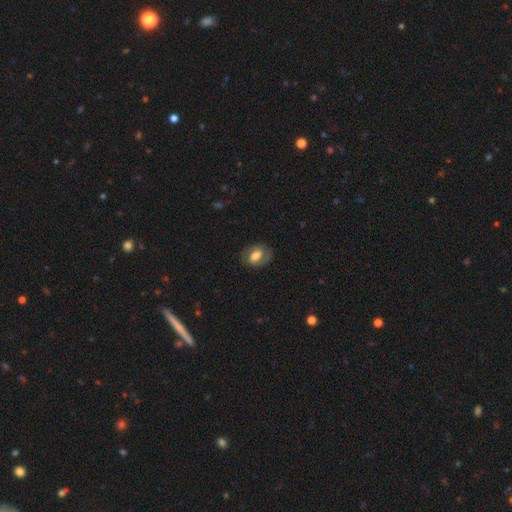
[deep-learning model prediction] A smooth galaxy with no disk features (56%) that is in between round and cigar-shaped (75%). Merging: none (74%).